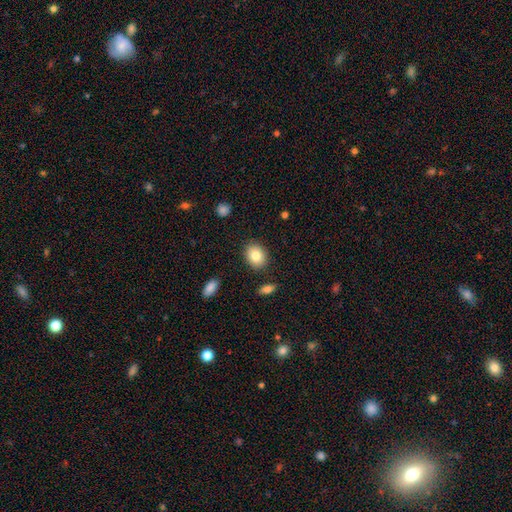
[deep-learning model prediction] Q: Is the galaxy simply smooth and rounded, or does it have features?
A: smooth — 82%.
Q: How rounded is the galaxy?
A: in between — 59%.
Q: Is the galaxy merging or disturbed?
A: none — 87%.